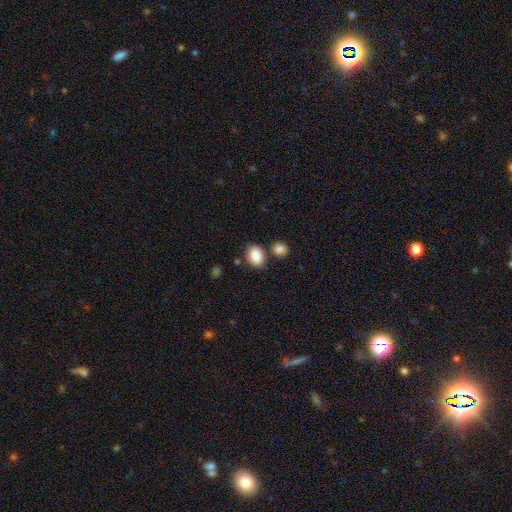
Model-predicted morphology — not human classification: A smooth galaxy with no disk features (87%) that is in between round and cigar-shaped (67%). Merging: none (71%).